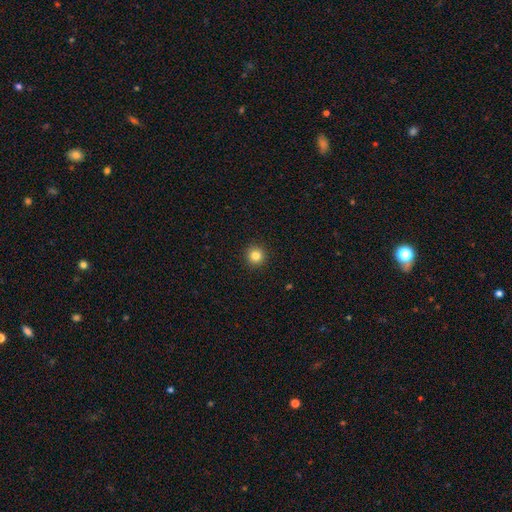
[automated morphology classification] Smooth or featured: smooth — 83% (star or artifact — 12%)
How rounded: round — 95% (in between — 4%)
Merging: none — 93% (minor disturbance — 4%)